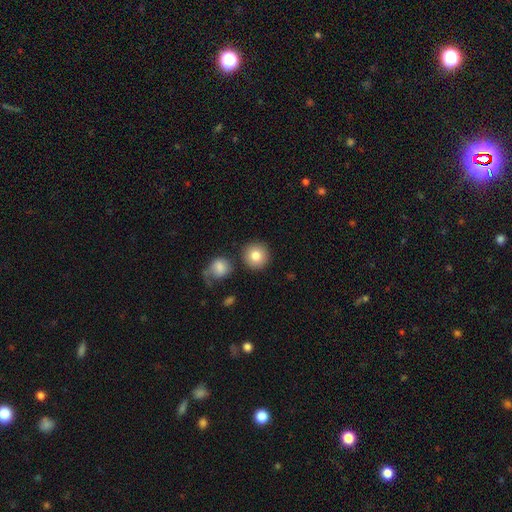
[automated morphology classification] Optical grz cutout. It shows a smooth galaxy with no disk features (84%) that is round (93%). Merging: none (83%).